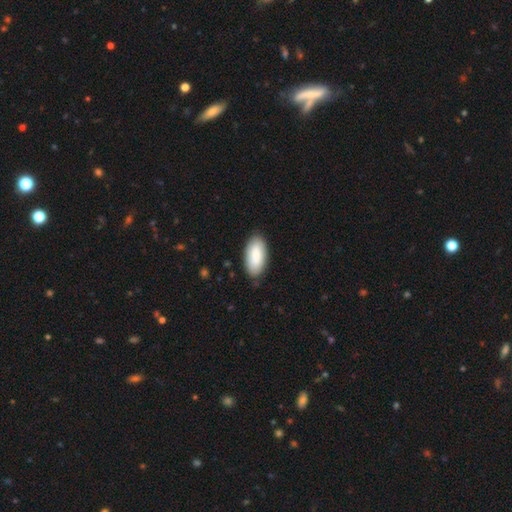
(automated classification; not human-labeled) Overall: smooth (85%). How rounded: in between (93%). Merging: none (84%).